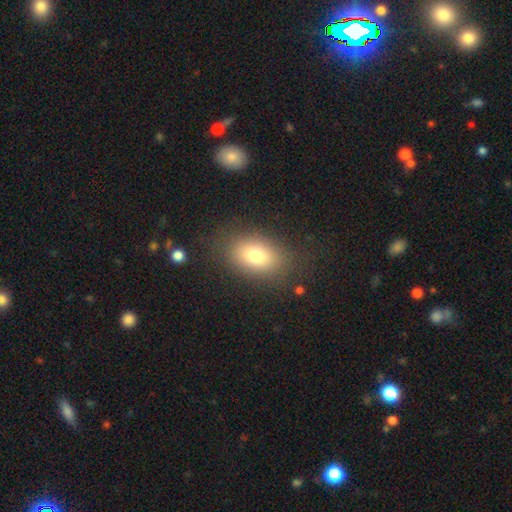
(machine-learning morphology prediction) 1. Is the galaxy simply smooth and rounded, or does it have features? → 76% smooth, 12% featured or disk, 11% star or artifact.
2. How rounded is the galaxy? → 78% in between, 21% round, 1% cigar-shaped.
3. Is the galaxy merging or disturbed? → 81% none, 11% minor disturbance, 6% major disturbance, 2% merger.